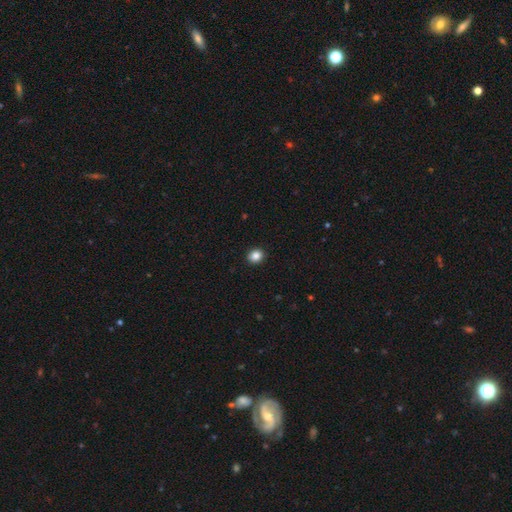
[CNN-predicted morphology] Smooth or featured?
  - smooth: 86% *
  - star or artifact: 10%
  - featured or disk: 4%
How rounded?
  - round: 75% *
  - in between: 24%
  - cigar-shaped: 1%
Merging?
  - none: 93% *
  - minor disturbance: 5%
  - major disturbance: 2%
  - merger: 1%